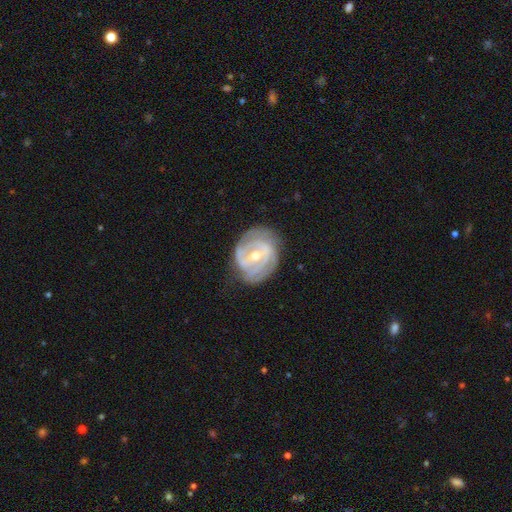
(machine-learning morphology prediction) This appears to be a featured or disk galaxy (85%) with a weak bar (43%), 2 (44%) tight (67%) spiral arms (90%) and a moderate central bulge (57%). Merging: none (72%).